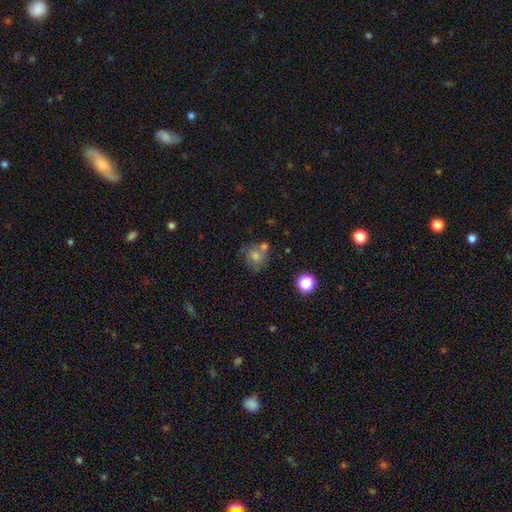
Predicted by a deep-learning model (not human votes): A smooth galaxy with no disk features (58%) that is round (80%). Merging: none (56%).